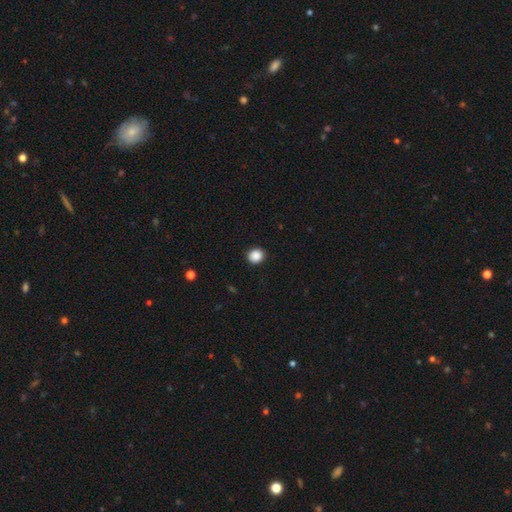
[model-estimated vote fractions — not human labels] Smooth or featured: smooth — 88% (star or artifact — 9%)
How rounded: round — 80% (in between — 19%)
Merging: none — 91% (minor disturbance — 6%)